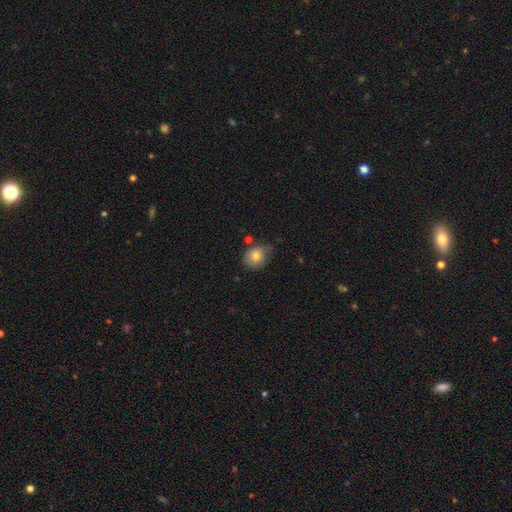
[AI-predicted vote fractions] Smooth or featured?
  - smooth: 80% *
  - featured or disk: 11%
  - star or artifact: 9%
How rounded?
  - round: 66% *
  - in between: 33%
  - cigar-shaped: 1%
Merging?
  - none: 62% *
  - minor disturbance: 27%
  - merger: 6%
  - major disturbance: 5%